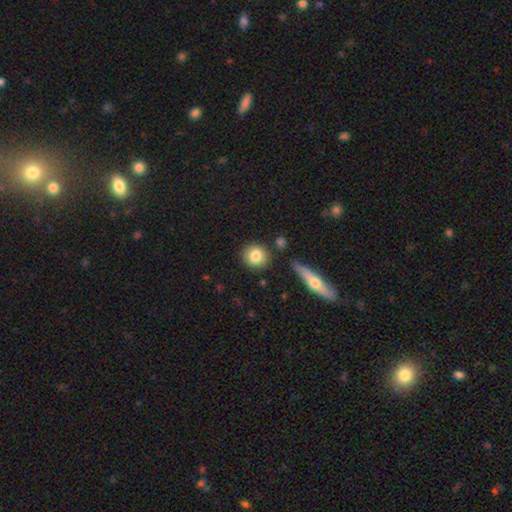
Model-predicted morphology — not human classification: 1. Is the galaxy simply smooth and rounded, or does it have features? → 82% smooth, 10% featured or disk, 7% star or artifact.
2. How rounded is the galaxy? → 84% round, 14% in between, 2% cigar-shaped.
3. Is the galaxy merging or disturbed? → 83% none, 10% minor disturbance, 5% merger, 3% major disturbance.